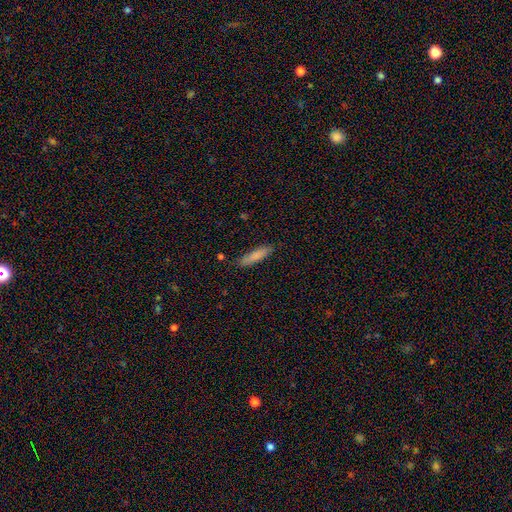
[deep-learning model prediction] Q: Smooth or featured?
A: smooth (82%); runner-up: featured or disk (11%)
Q: How rounded?
A: cigar-shaped (81%); runner-up: in between (18%)
Q: Merging?
A: none (83%); runner-up: minor disturbance (13%)